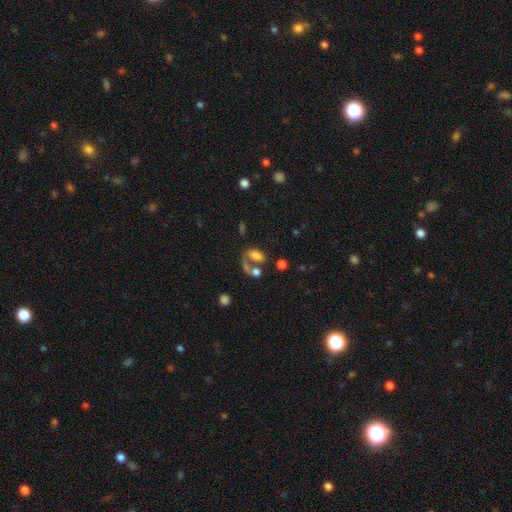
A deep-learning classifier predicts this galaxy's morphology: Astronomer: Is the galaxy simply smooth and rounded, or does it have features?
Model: smooth — 66%.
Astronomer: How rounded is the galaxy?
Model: in between — 85%.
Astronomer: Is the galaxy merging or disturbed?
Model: merger — 44% (runner-up: none, 31%).